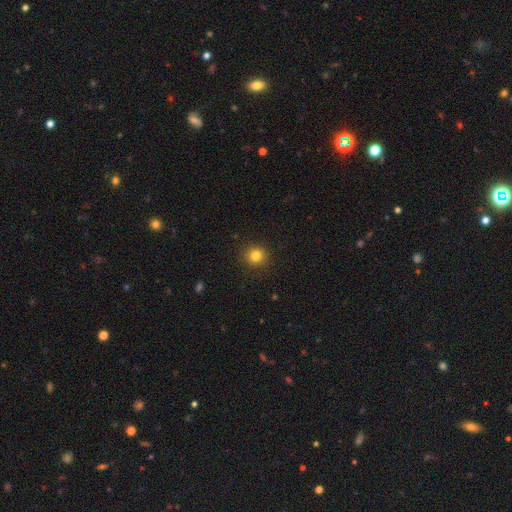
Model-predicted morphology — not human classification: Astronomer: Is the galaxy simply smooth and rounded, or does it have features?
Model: smooth — 82%.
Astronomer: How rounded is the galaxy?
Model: round — 92%.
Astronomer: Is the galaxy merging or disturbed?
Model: none — 92%.